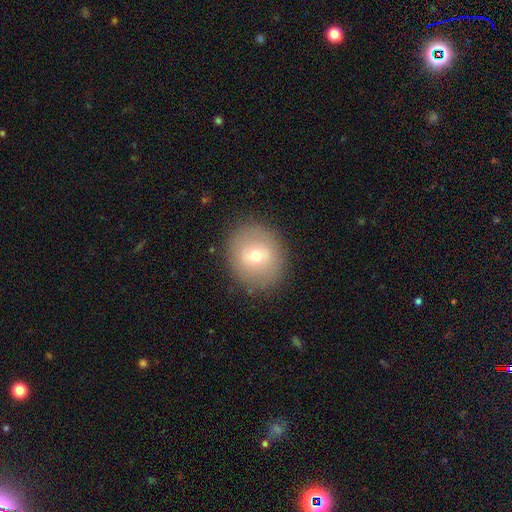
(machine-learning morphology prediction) A smooth galaxy with no disk features (65%) that is round (82%).

Vote fractions:
- Smooth or featured? smooth: 65% / featured or disk: 25% / star or artifact: 10%
- How rounded? round: 82% / in between: 17% / cigar-shaped: 1%
- Merging? none: 86% / minor disturbance: 9% / major disturbance: 4% / merger: 1%